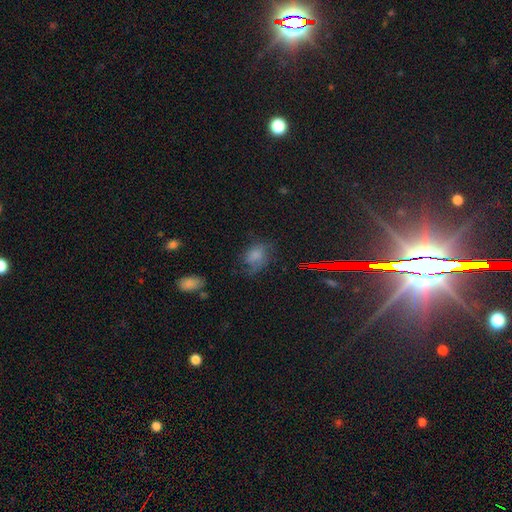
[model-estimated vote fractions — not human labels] smooth 66%, star or artifact 19%, featured or disk 15%. Down the decision tree: how rounded — in between (59%); merging — none (51%).